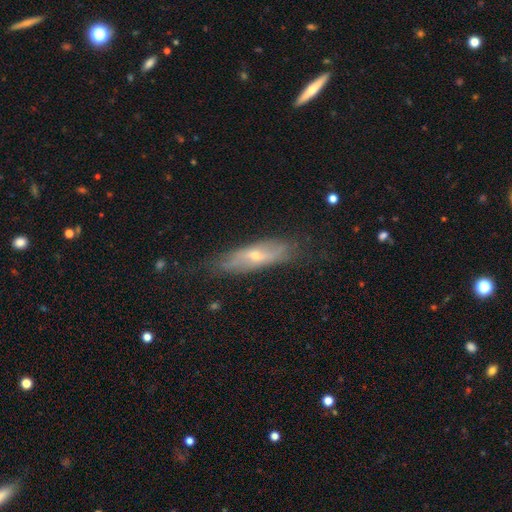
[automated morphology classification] Q: Smooth or featured?
A: featured or disk (58%); runner-up: smooth (33%)
Q: Edge-on disk?
A: yes (57%); runner-up: no (43%)
Q: Merging?
A: none (74%); runner-up: minor disturbance (20%)